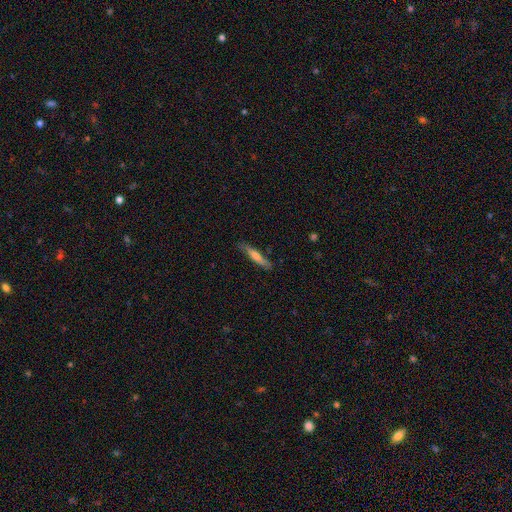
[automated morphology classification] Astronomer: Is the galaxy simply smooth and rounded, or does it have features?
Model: smooth — 57% (runner-up: featured or disk, 38%).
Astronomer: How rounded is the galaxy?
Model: cigar-shaped — 91%.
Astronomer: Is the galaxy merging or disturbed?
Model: none — 80%.